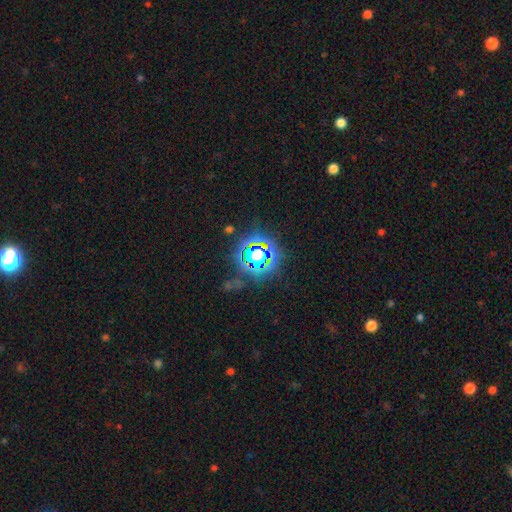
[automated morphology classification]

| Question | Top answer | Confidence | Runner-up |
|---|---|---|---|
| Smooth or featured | star or artifact | 60% | smooth (25%) |